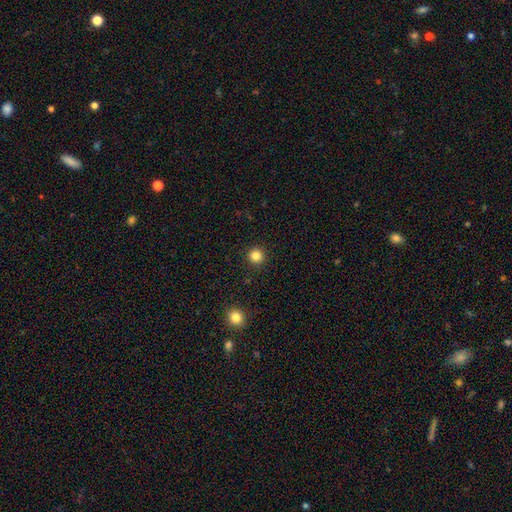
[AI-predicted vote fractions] A smooth galaxy with no disk features (83%) that is round (95%).

Vote fractions:
- Smooth or featured? smooth: 83% / star or artifact: 13% / featured or disk: 4%
- How rounded? round: 95% / in between: 4% / cigar-shaped: 1%
- Merging? none: 93% / minor disturbance: 4% / major disturbance: 2% / merger: 1%